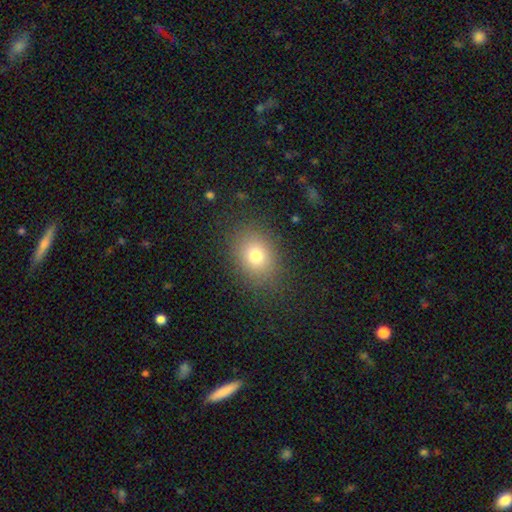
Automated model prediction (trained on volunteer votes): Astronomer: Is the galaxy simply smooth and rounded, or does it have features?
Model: smooth — 77%.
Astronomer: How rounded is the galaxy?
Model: in between — 56% (runner-up: round, 42%).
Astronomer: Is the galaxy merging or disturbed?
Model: none — 84%.